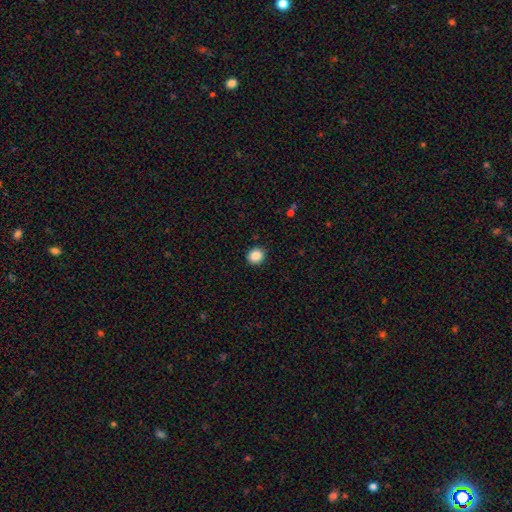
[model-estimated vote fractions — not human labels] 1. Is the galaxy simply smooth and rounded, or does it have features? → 88% smooth, 9% star or artifact, 3% featured or disk.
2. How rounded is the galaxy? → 82% round, 17% in between, 1% cigar-shaped.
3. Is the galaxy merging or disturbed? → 91% none, 6% minor disturbance, 2% major disturbance, 1% merger.